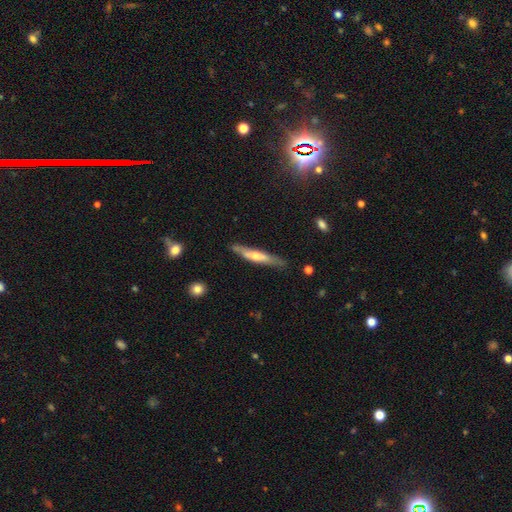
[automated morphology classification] type=featured or disk (58%); edge-on=yes (86%); edge-on bulge=rounded (76%); merging=none (78%).